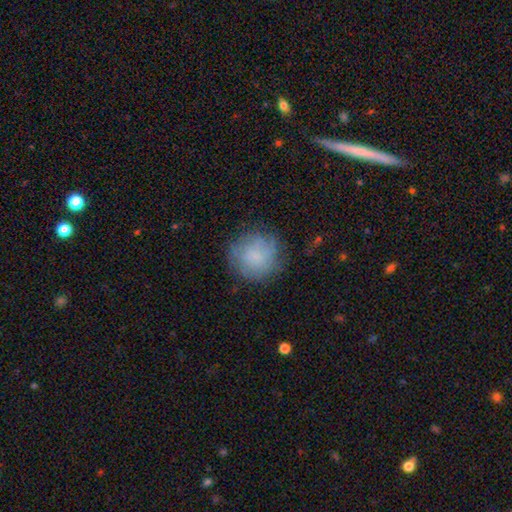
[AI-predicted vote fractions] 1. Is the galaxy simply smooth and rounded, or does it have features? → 63% smooth, 27% featured or disk, 10% star or artifact.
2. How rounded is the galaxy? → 89% round, 10% in between, 1% cigar-shaped.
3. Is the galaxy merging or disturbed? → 69% none, 20% minor disturbance, 9% major disturbance, 1% merger.